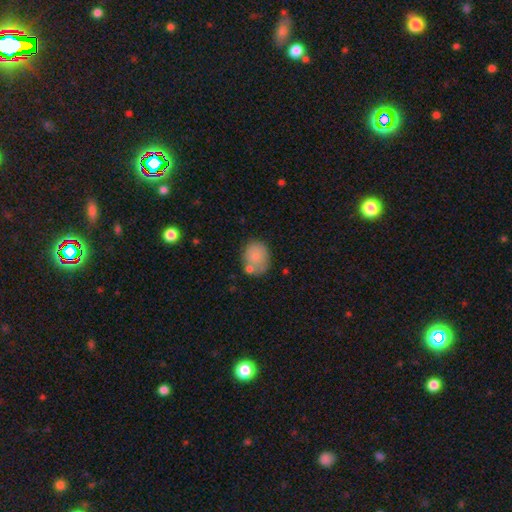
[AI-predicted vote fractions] Smooth or featured? Predicted: smooth (p=0.78). How rounded? Predicted: round (p=0.58). Merging? Predicted: none (p=0.56).